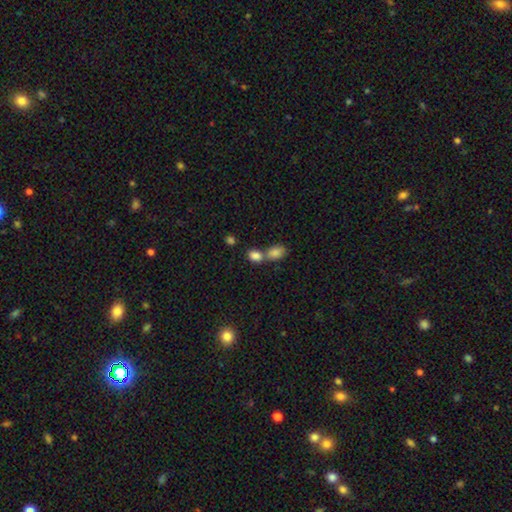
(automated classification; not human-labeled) smooth 83%, star or artifact 10%, featured or disk 7%. Down the decision tree: how rounded — in between (78%); merging — merger (54%).